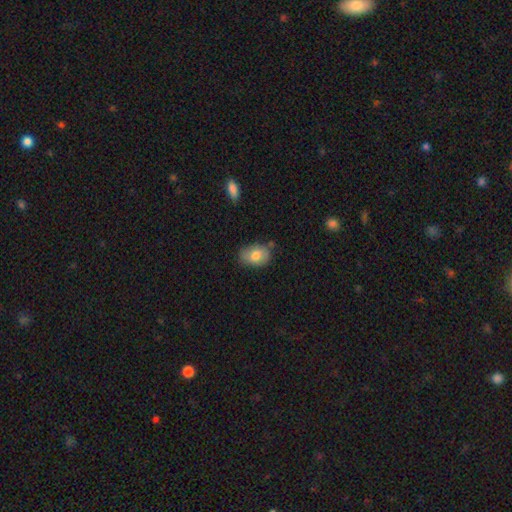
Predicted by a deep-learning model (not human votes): A smooth galaxy with no disk features (75%) that is in between round and cigar-shaped (79%).

Vote fractions:
- Smooth or featured? smooth: 75% / featured or disk: 17% / star or artifact: 7%
- How rounded? in between: 79% / round: 20% / cigar-shaped: 1%
- Merging? none: 70% / minor disturbance: 22% / major disturbance: 4% / merger: 4%